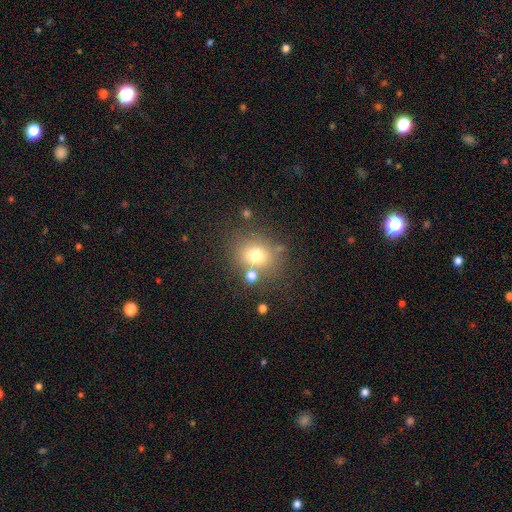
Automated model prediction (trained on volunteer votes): smooth-or-featured: smooth: 73% | star or artifact: 15% | featured or disk: 13%
  how-rounded: round: 68% | in between: 31% | cigar-shaped: 1%
  merging: none: 69% | merger: 13% | minor disturbance: 13% | major disturbance: 5%